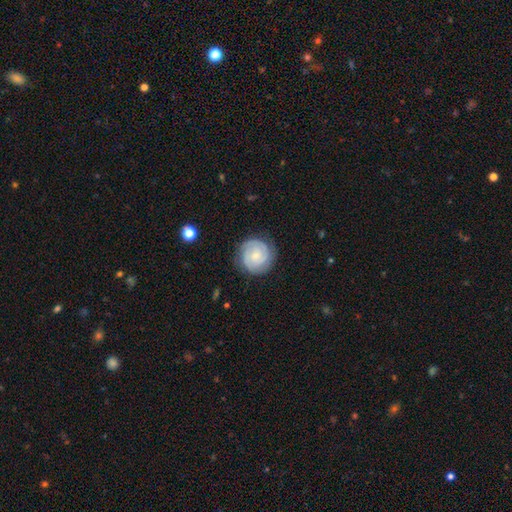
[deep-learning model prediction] Smooth or featured: featured or disk — 74% (smooth — 21%)
Edge-on disk: no — 98% (yes — 2%)
Bar: no — 61% (weak — 33%)
Spiral arms: yes — 95% (no — 5%)
Spiral winding: tight — 71% (medium — 24%)
Spiral arm count: 2 — 58% (3 — 16%)
Bulge size: small — 63% (moderate — 26%)
Merging: none — 83% (minor disturbance — 12%)